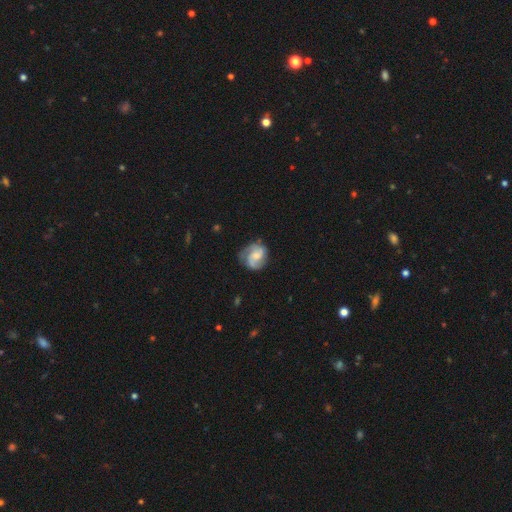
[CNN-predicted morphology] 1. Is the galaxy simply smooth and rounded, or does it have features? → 74% featured or disk, 20% smooth, 6% star or artifact.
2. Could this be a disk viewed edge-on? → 98% no, 2% yes.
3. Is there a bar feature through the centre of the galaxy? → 53% no, 39% weak, 8% strong.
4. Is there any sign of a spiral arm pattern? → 94% yes, 6% no.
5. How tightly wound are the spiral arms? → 48% medium, 29% tight, 23% loose.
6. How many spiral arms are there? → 69% 2, 12% 3, 10% can't tell, 5% 1, 2% 4, 2% more than 4.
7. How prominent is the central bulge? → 48% small, 40% moderate, 7% none, 3% large, 1% dominant.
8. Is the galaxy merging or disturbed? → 68% none, 21% minor disturbance, 9% major disturbance, 2% merger.